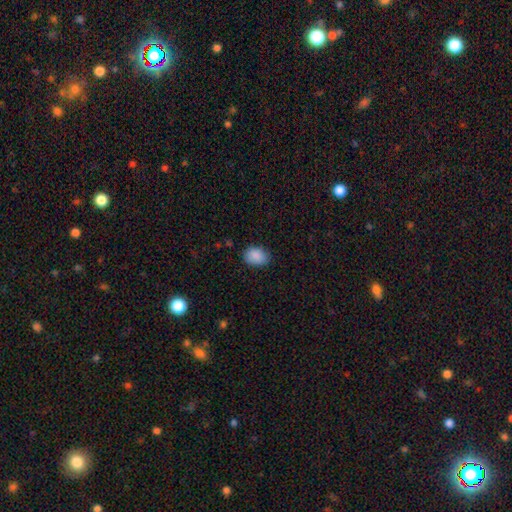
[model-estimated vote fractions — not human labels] The model was most divided on "how rounded": in between: 73%, round: 26%, cigar-shaped: 1%. More confident: smooth or featured — smooth (89%); merging — none (82%).